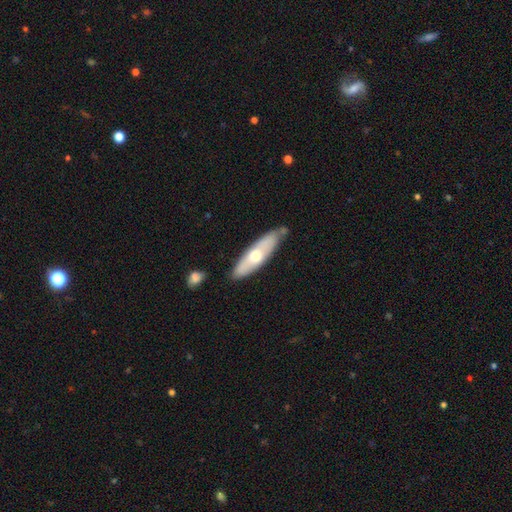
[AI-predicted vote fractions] Overall: smooth (51%; featured or disk 44%). How rounded: cigar-shaped (61%; in between 37%). Merging: none (74%).